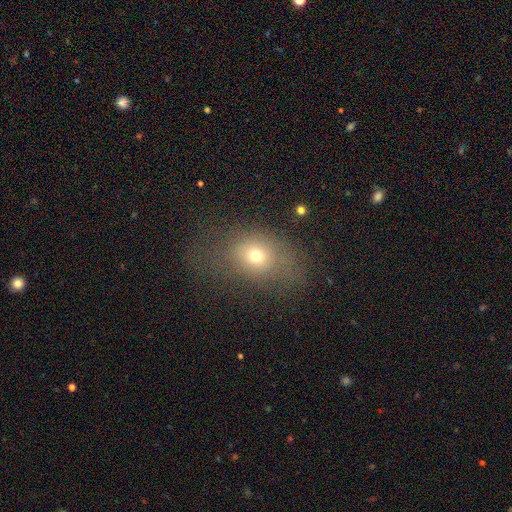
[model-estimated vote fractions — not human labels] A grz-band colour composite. It shows a smooth galaxy with no disk features (67%) that is in between round and cigar-shaped (57%). Merging: none (57%).